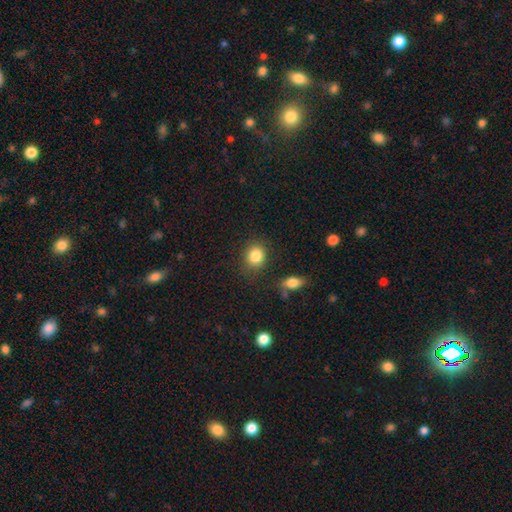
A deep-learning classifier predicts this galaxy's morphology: Smooth or featured: smooth — 84% (star or artifact — 10%)
How rounded: round — 68% (in between — 30%)
Merging: none — 79% (minor disturbance — 12%)